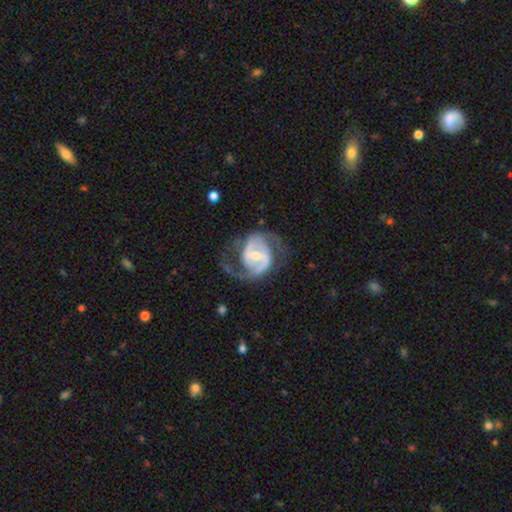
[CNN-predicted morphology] Overall: featured or disk (89%). Edge-on disk: no (97%). Bar: weak (44%; strong 31%). Spiral arms: yes (95%). Spiral arm count: 2 (85%). Spiral winding: medium (53%; loose 24%). Bulge size: small (49%; moderate 46%). Merging: none (62%).